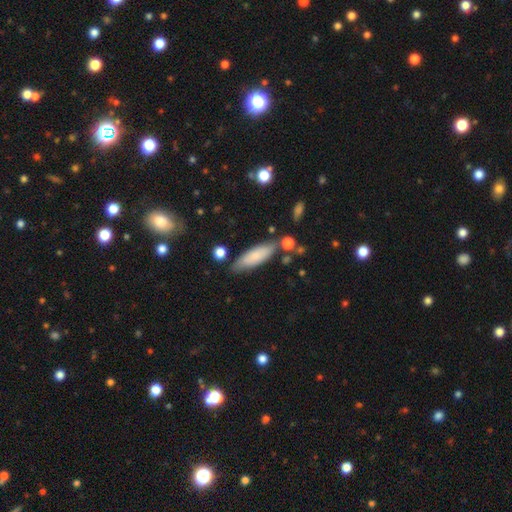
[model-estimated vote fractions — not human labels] Smooth or featured?
  - smooth: 78% *
  - featured or disk: 15%
  - star or artifact: 6%
How rounded?
  - cigar-shaped: 50% *
  - in between: 48%
  - round: 2%
Merging?
  - none: 76% *
  - minor disturbance: 15%
  - merger: 6%
  - major disturbance: 3%